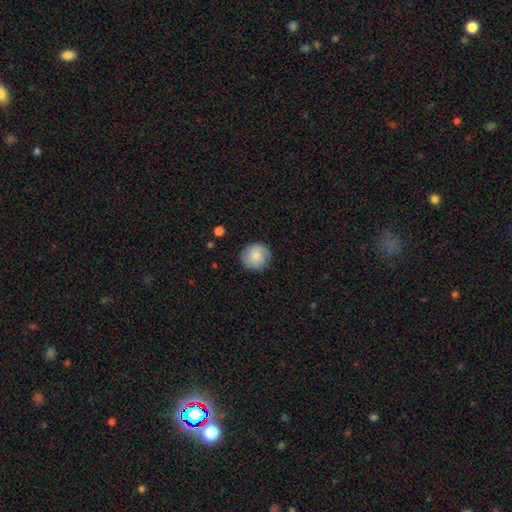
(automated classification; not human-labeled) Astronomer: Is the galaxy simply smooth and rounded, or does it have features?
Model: smooth — 72%.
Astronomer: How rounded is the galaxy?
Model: round — 92%.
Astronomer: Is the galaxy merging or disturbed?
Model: none — 85%.